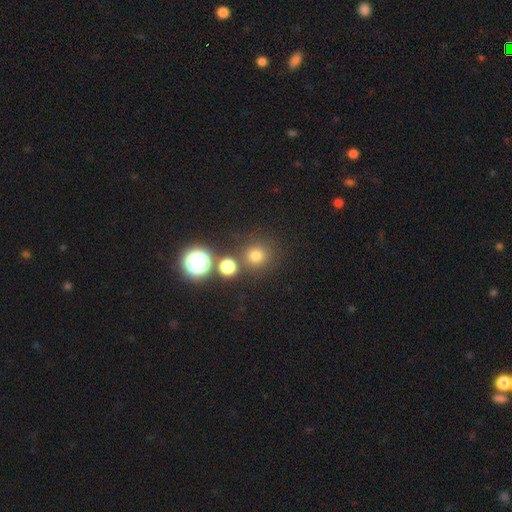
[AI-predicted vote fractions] A smooth galaxy with no disk features (73%) that is round (93%).

Vote fractions:
- Smooth or featured? smooth: 73% / star or artifact: 20% / featured or disk: 6%
- How rounded? round: 93% / in between: 6% / cigar-shaped: 1%
- Merging? none: 78% / merger: 11% / minor disturbance: 7% / major disturbance: 4%